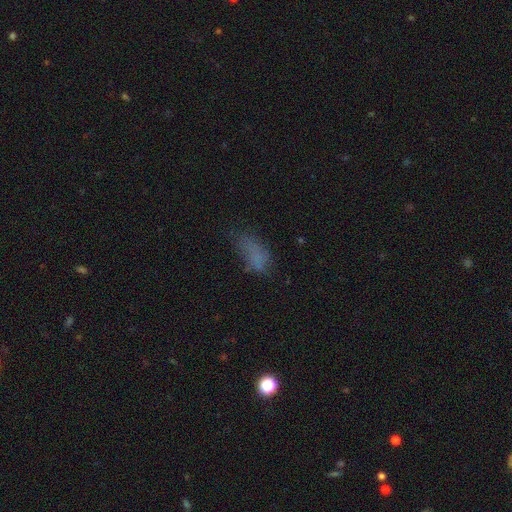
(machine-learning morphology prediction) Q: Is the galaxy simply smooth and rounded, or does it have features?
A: smooth — 66%.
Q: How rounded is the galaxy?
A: in between — 86%.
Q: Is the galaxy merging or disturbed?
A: none — 42%.